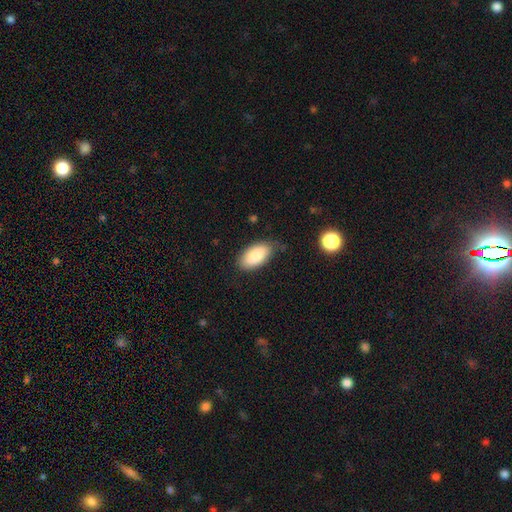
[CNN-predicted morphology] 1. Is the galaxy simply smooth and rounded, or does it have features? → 85% smooth, 9% featured or disk, 7% star or artifact.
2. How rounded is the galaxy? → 94% in between, 3% cigar-shaped, 3% round.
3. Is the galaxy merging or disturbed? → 75% none, 19% minor disturbance, 4% major disturbance, 2% merger.